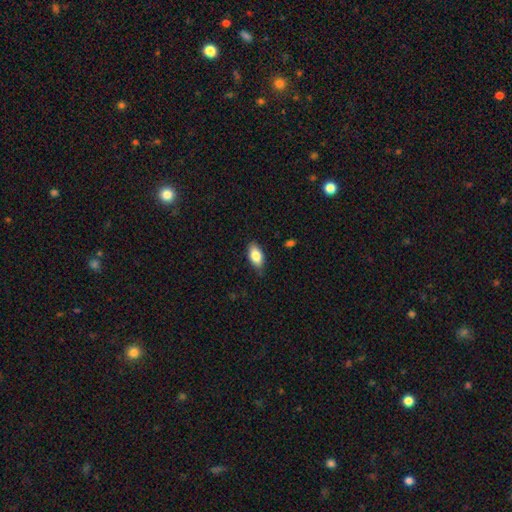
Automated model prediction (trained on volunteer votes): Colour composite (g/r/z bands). It shows a smooth galaxy with no disk features (83%) that is in between round and cigar-shaped (90%). Merging: none (80%).